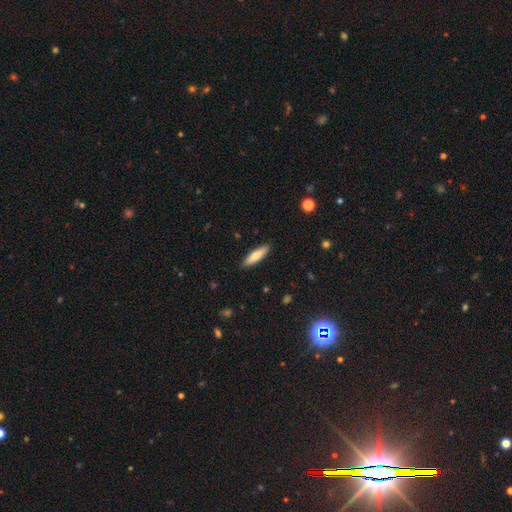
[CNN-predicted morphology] The model was most divided on "how rounded": cigar-shaped: 66%, in between: 33%, round: 2%. More confident: merging — none (90%); smooth or featured — smooth (72%).